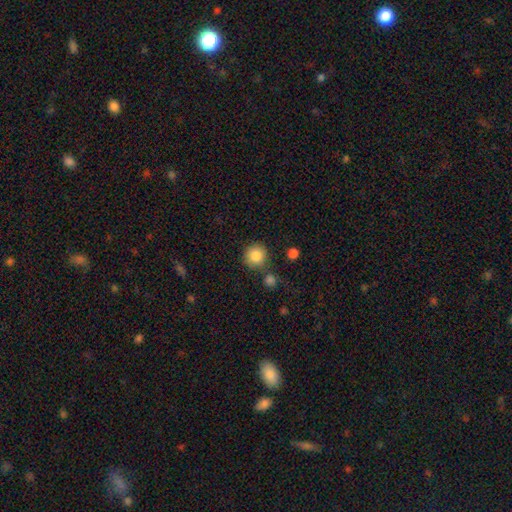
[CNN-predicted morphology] The model was most divided on "merging": none: 79%, minor disturbance: 10%, merger: 8%, major disturbance: 3%. More confident: how rounded — round (93%); smooth or featured — smooth (86%).